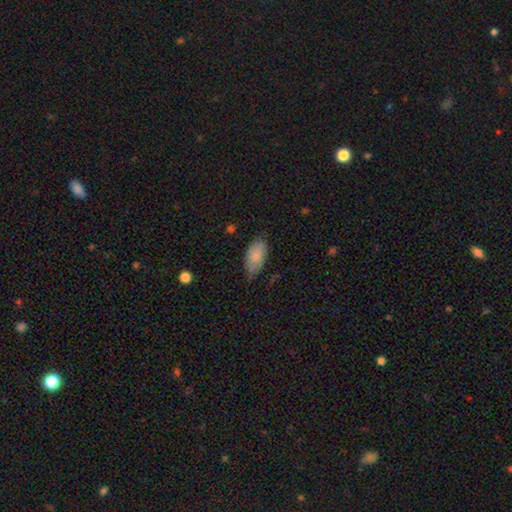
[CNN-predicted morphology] Q: Smooth or featured?
A: smooth (82%); runner-up: featured or disk (11%)
Q: How rounded?
A: in between (93%); runner-up: cigar-shaped (4%)
Q: Merging?
A: none (59%); runner-up: minor disturbance (34%)